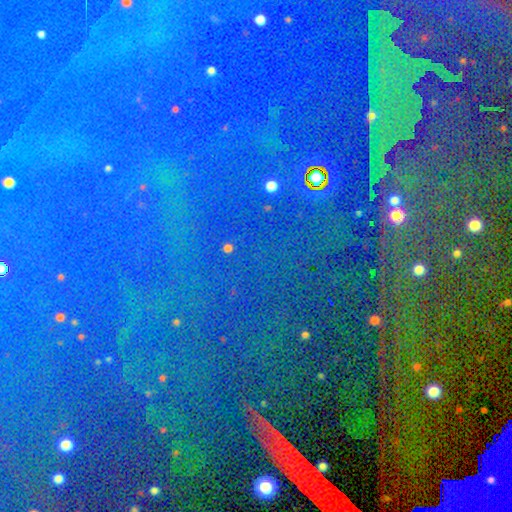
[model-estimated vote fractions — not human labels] This appears to be a star or artifact, not a galaxy (83%).